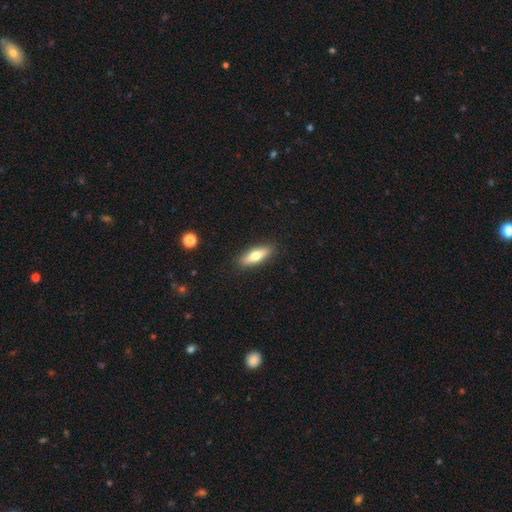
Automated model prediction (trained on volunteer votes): smooth 62%, featured or disk 32%, star or artifact 6%. Down the decision tree: how rounded — in between (49%); merging — none (88%).